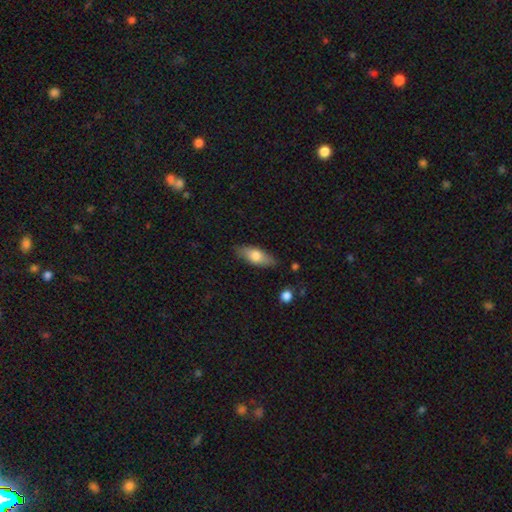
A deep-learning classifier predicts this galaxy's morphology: Q: Smooth or featured?
A: smooth (69%); runner-up: featured or disk (25%)
Q: How rounded?
A: in between (74%); runner-up: cigar-shaped (23%)
Q: Merging?
A: none (82%); runner-up: minor disturbance (14%)